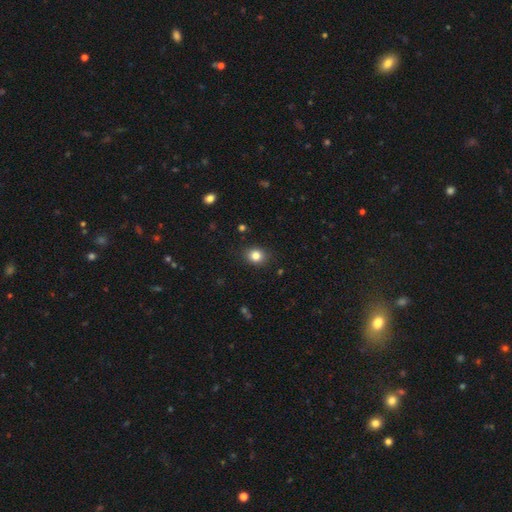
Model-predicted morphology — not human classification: type=smooth (83%); roundness=round (66%); merging=none (88%).